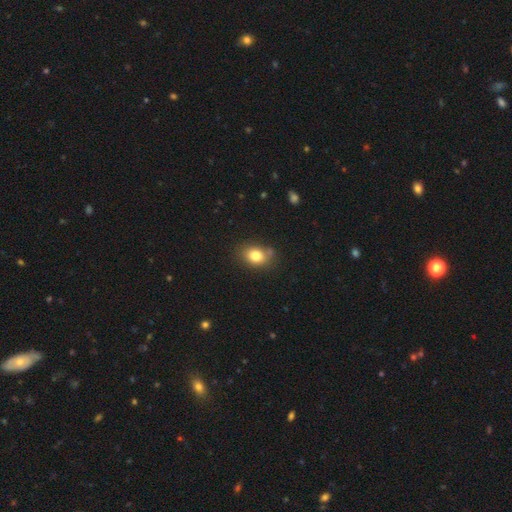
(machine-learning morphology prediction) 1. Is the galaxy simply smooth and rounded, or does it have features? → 80% smooth, 11% star or artifact, 9% featured or disk.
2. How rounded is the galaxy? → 60% in between, 39% round, 1% cigar-shaped.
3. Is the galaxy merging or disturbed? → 72% none, 18% minor disturbance, 6% merger, 4% major disturbance.